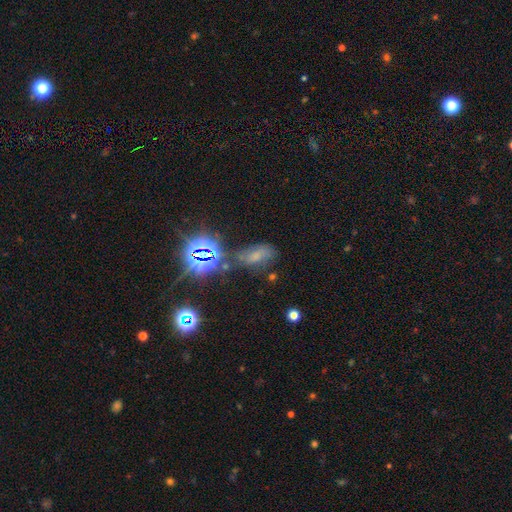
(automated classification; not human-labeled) The model was most divided on "smooth or featured": smooth: 44%, star or artifact: 37%, featured or disk: 19%. More confident: merging — none (56%).